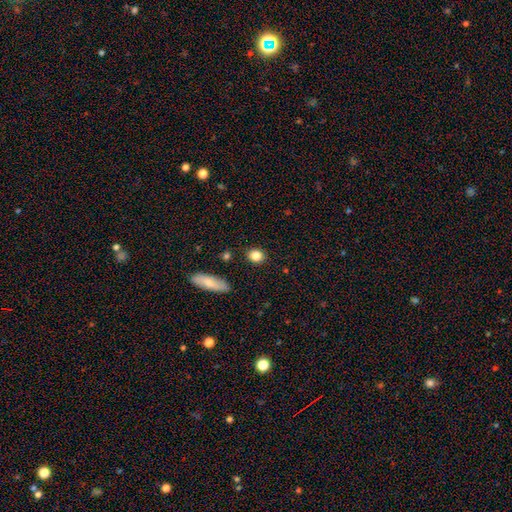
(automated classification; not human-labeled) A smooth galaxy with no disk features (84%) that is round (64%). Merging: none (89%).